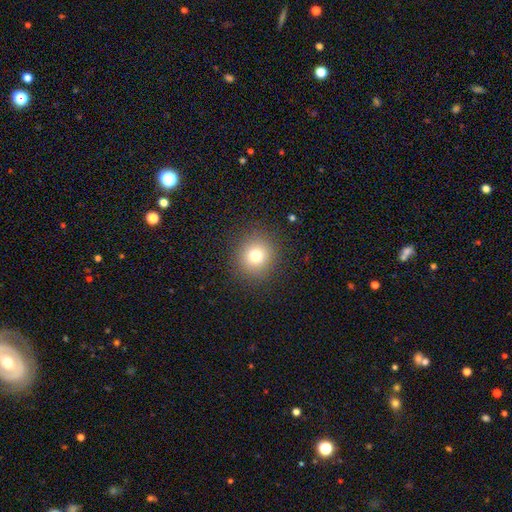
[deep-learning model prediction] A smooth galaxy with no disk features (77%) that is round (90%).

Vote fractions:
- Smooth or featured? smooth: 77% / star or artifact: 14% / featured or disk: 9%
- How rounded? round: 90% / in between: 9% / cigar-shaped: 1%
- Merging? none: 89% / minor disturbance: 7% / major disturbance: 3% / merger: 1%